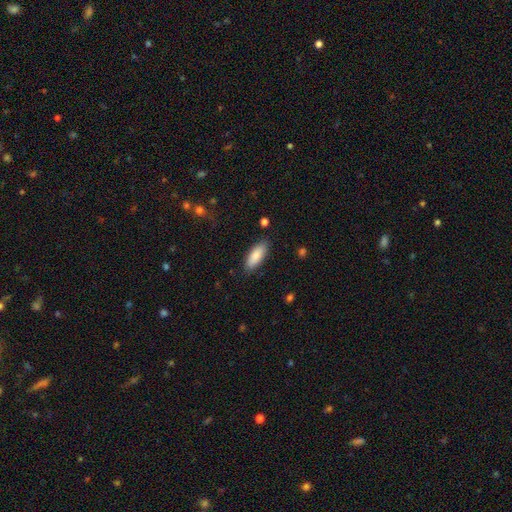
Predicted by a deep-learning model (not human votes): A smooth galaxy with no disk features (86%) that is in between round and cigar-shaped (75%). Merging: none (85%).